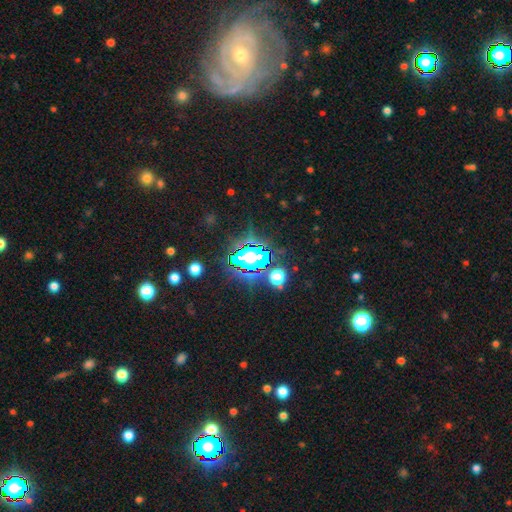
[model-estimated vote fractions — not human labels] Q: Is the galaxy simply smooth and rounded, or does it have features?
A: star or artifact — 59%.